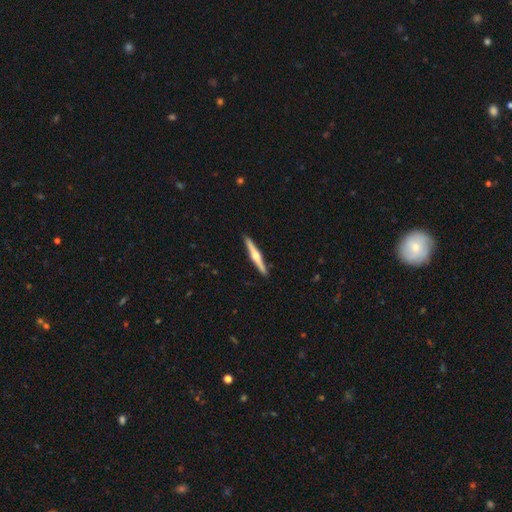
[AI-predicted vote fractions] Smooth or featured: featured or disk — 72% (smooth — 23%)
Edge-on disk: yes — 98% (no — 2%)
Edge-on bulge: rounded — 92% (boxy — 4%)
Merging: none — 92% (minor disturbance — 6%)